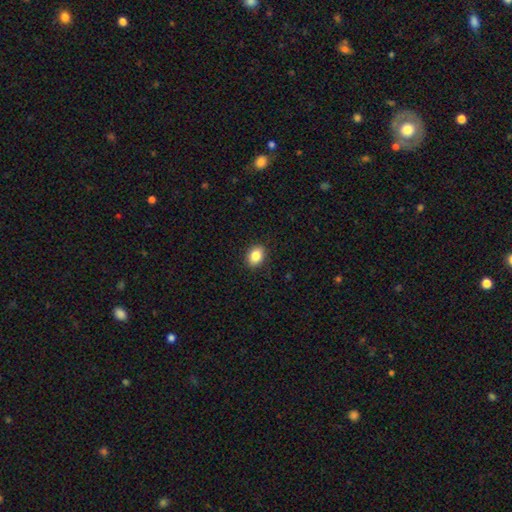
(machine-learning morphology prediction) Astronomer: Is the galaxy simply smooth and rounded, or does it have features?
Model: smooth — 85%.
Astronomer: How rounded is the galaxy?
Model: in between — 67%.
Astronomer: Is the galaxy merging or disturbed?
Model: none — 90%.